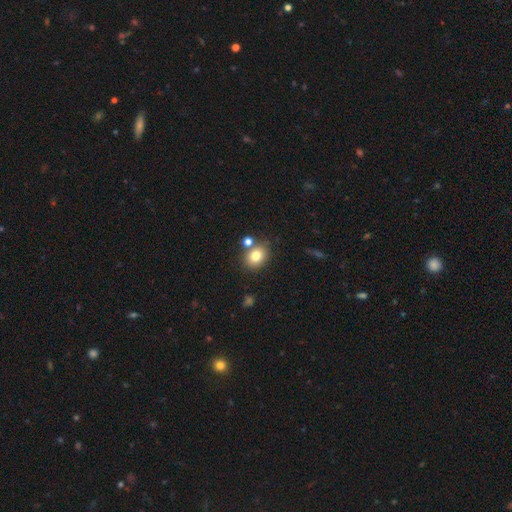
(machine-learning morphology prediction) The model was most divided on "how rounded": round: 52%, in between: 47%, cigar-shaped: 1%. More confident: smooth or featured — smooth (79%); merging — none (70%).